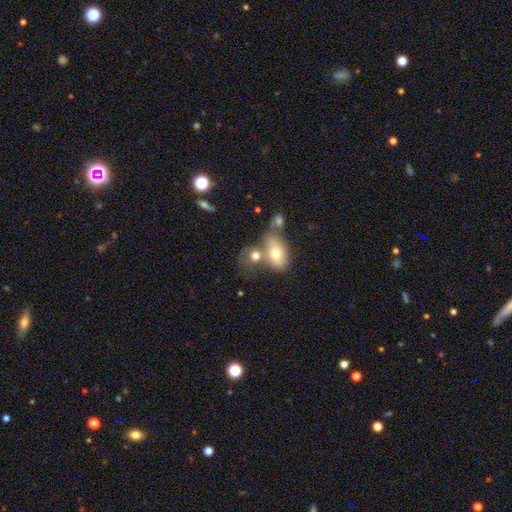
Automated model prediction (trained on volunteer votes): smooth 71%, featured or disk 19%, star or artifact 10%. Down the decision tree: how rounded — in between (65%); merging — merger (55%).